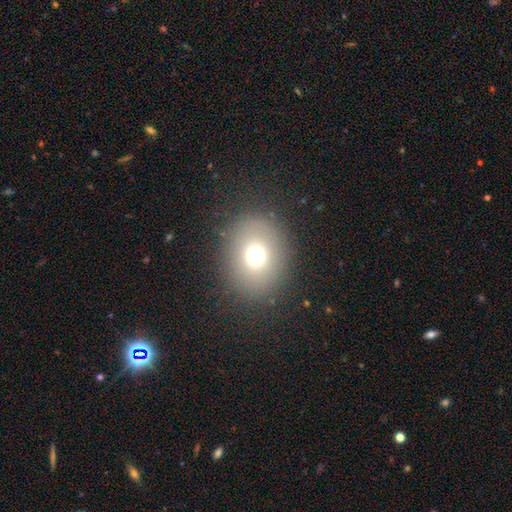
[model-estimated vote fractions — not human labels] Q: Smooth or featured?
A: smooth (69%); runner-up: star or artifact (18%)
Q: How rounded?
A: round (63%); runner-up: in between (36%)
Q: Merging?
A: none (84%); runner-up: minor disturbance (9%)